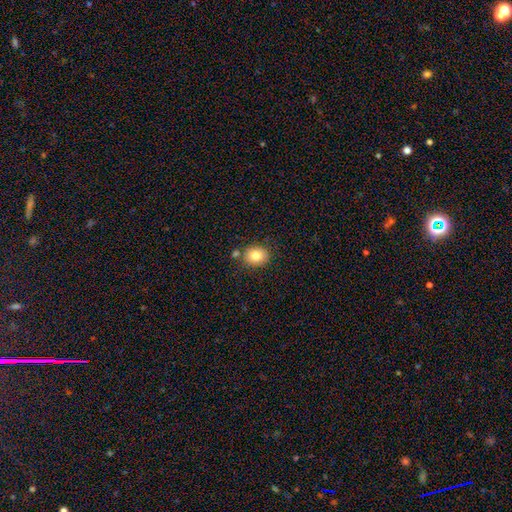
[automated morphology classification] smooth-or-featured: smooth: 83% | star or artifact: 10% | featured or disk: 8%
  how-rounded: round: 53% | in between: 46% | cigar-shaped: 1%
  merging: none: 79% | minor disturbance: 11% | merger: 8% | major disturbance: 3%